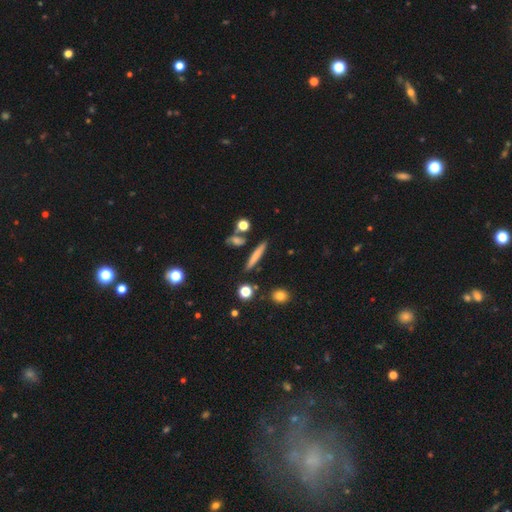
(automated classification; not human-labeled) The model was most divided on "smooth or featured": smooth: 67%, featured or disk: 25%, star or artifact: 8%. More confident: how rounded — cigar-shaped (90%); merging — none (84%).